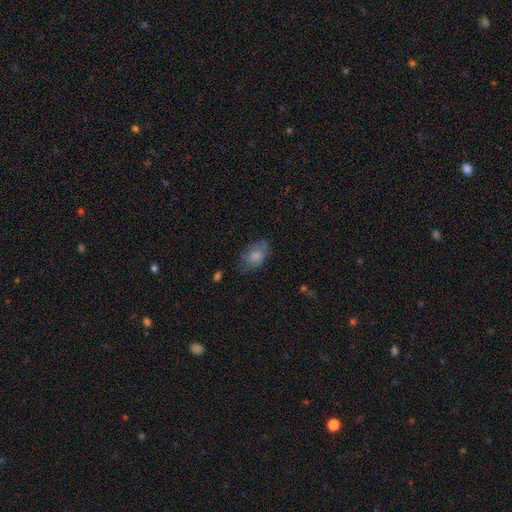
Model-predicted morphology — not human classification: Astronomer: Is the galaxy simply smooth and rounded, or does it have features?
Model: smooth — 77%.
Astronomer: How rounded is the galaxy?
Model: in between — 89%.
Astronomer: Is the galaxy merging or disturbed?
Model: none — 59%.